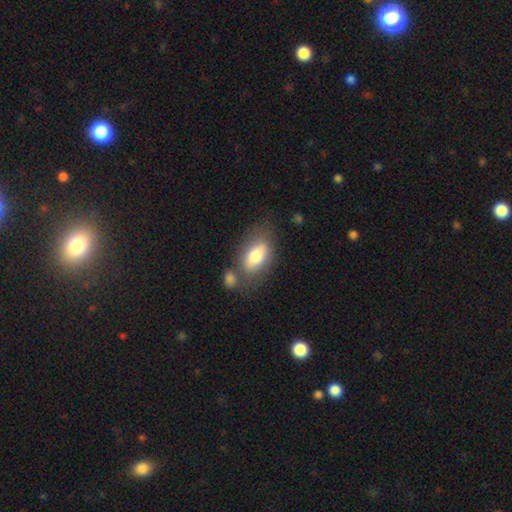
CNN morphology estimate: This appears to be a smooth galaxy with no disk features (73%) that is in between round and cigar-shaped (89%). Merging: none (57%).